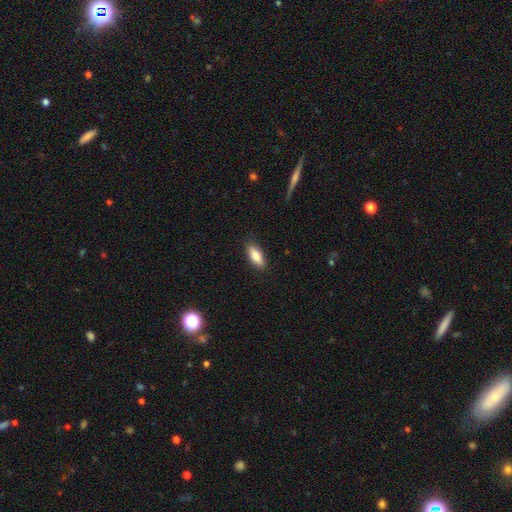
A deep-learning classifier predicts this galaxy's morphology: type=smooth (83%); roundness=in between (78%); merging=none (86%).